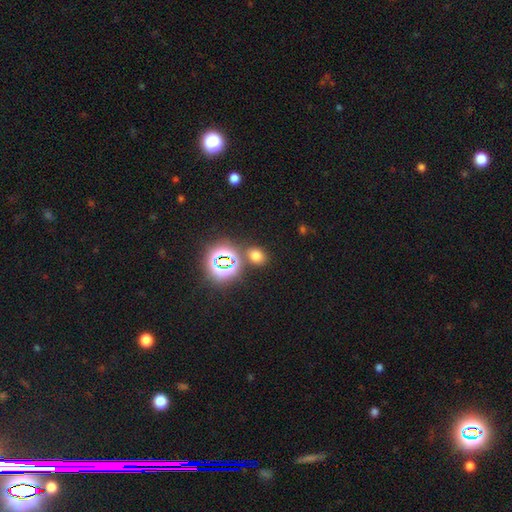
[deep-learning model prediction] Q: Smooth or featured?
A: smooth (63%); runner-up: star or artifact (31%)
Q: How rounded?
A: round (50%); runner-up: in between (49%)
Q: Merging?
A: none (79%); runner-up: minor disturbance (9%)